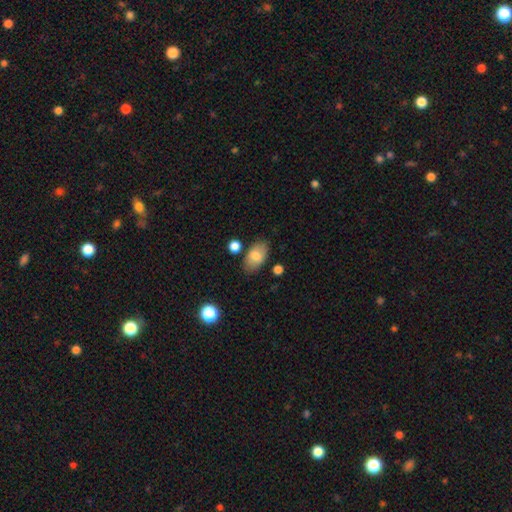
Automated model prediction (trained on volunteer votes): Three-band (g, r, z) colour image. It shows a smooth galaxy with no disk features (80%) that is in between round and cigar-shaped (92%). Merging: none (79%).